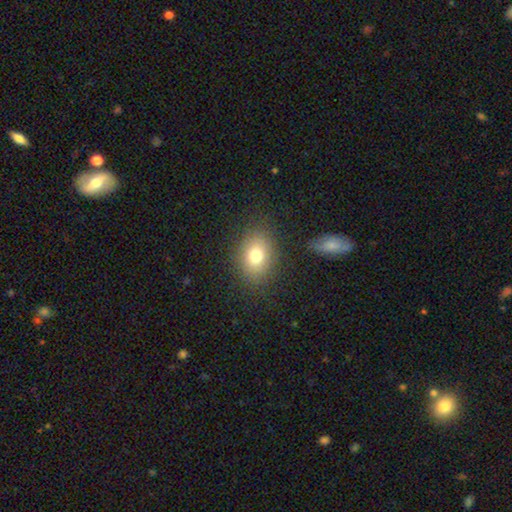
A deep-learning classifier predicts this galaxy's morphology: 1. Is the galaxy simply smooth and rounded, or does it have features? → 76% smooth, 12% featured or disk, 12% star or artifact.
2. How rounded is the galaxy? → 61% in between, 38% round, 1% cigar-shaped.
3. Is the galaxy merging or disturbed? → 83% none, 11% minor disturbance, 4% major disturbance, 2% merger.